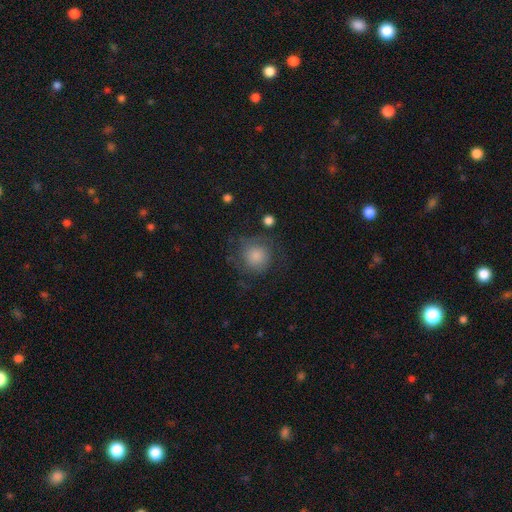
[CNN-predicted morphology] Smooth or featured?
  - smooth: 70% *
  - featured or disk: 22%
  - star or artifact: 8%
How rounded?
  - round: 89% *
  - in between: 10%
  - cigar-shaped: 1%
Merging?
  - none: 61% *
  - minor disturbance: 20%
  - major disturbance: 17%
  - merger: 2%